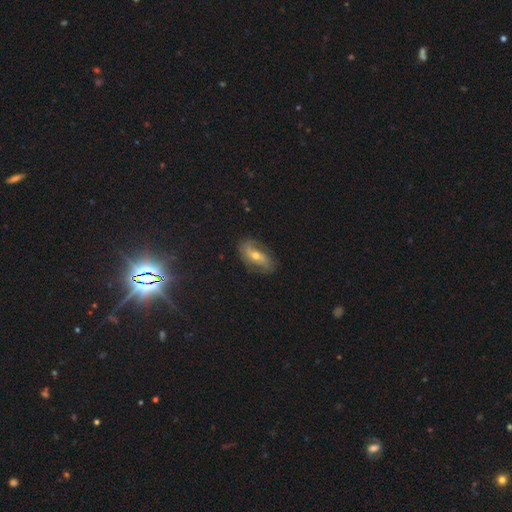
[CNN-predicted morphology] A featured or disk galaxy (64%) with no bar (49%), spiral arms (81%) and a moderate central bulge (58%). Merging: none (71%).